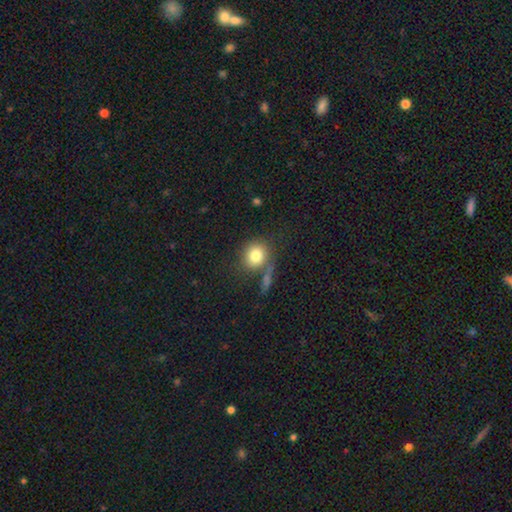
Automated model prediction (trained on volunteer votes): Smooth or featured: smooth — 81% (star or artifact — 10%)
How rounded: round — 80% (in between — 19%)
Merging: none — 62% (merger — 15%)